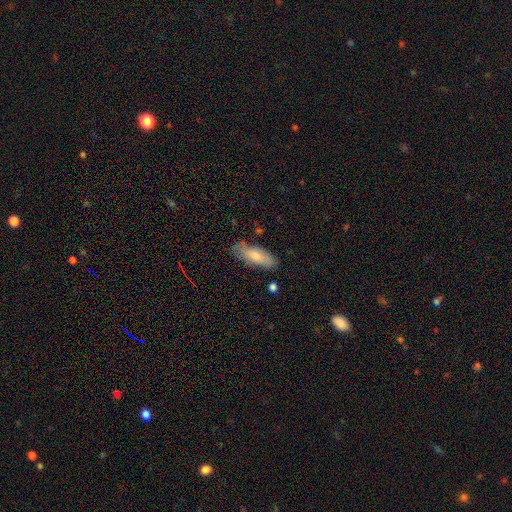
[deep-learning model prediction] Q: Smooth or featured?
A: smooth (74%); runner-up: featured or disk (20%)
Q: How rounded?
A: in between (68%); runner-up: cigar-shaped (30%)
Q: Merging?
A: none (76%); runner-up: minor disturbance (18%)